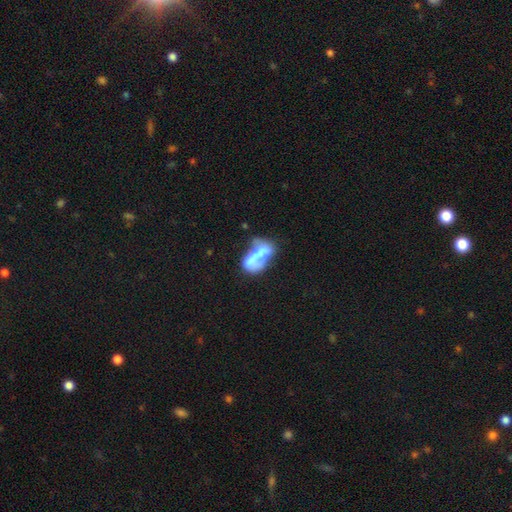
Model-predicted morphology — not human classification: A smooth galaxy with no disk features (49%).

Vote fractions:
- Smooth or featured? smooth: 49% / featured or disk: 42% / star or artifact: 9%
- Merging? merger: 42% / none: 21% / major disturbance: 21% / minor disturbance: 16%